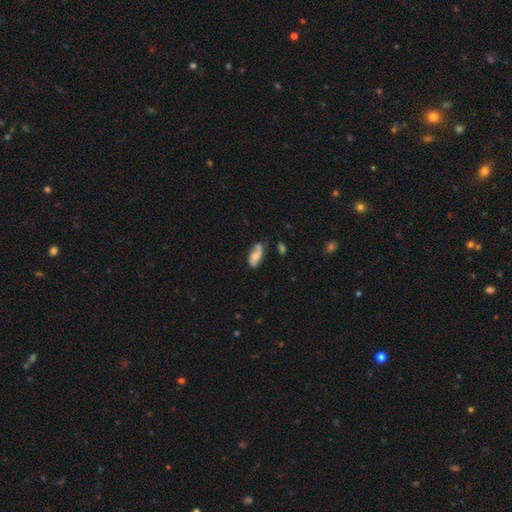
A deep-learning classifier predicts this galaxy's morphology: smooth-or-featured: smooth: 48% | featured or disk: 44% | star or artifact: 8%
  merging: none: 66% | minor disturbance: 24% | major disturbance: 6% | merger: 4%